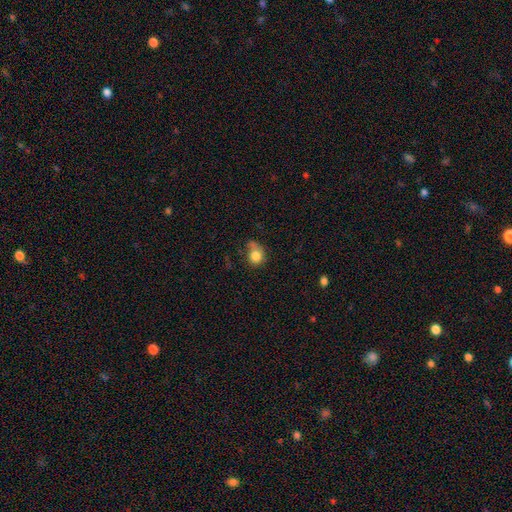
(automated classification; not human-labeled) This is likely a smooth galaxy (79%). How rounded: likely round (67%). Merging: marginally none (42%).